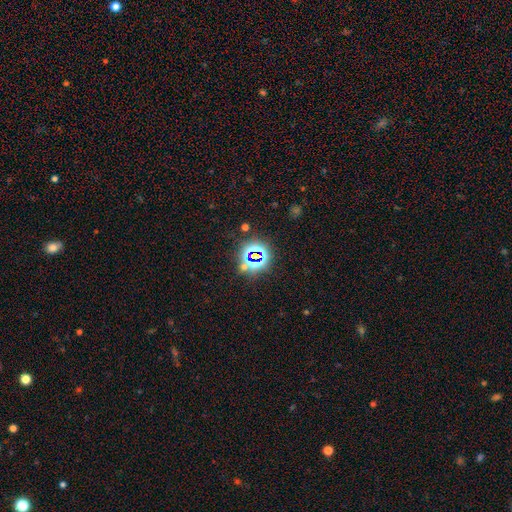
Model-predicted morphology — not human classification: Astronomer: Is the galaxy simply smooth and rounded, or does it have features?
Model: star or artifact — 74%.